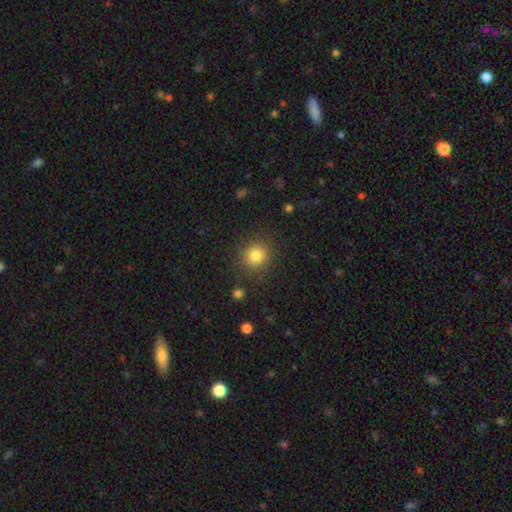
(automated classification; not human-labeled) Smooth or featured?
  - smooth: 82% *
  - star or artifact: 12%
  - featured or disk: 6%
How rounded?
  - round: 90% *
  - in between: 9%
  - cigar-shaped: 1%
Merging?
  - none: 87% *
  - minor disturbance: 8%
  - major disturbance: 3%
  - merger: 2%